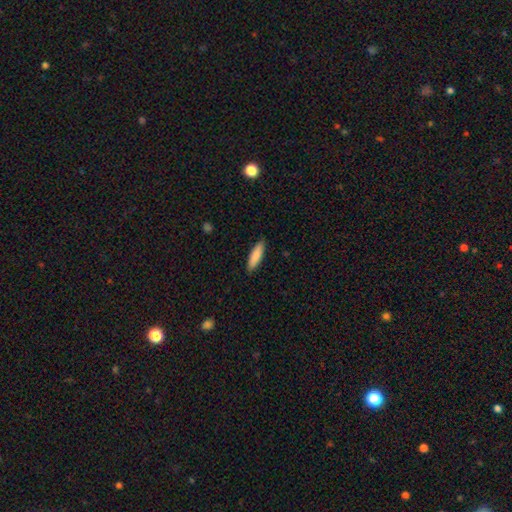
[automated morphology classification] A smooth galaxy with no disk features (87%) that is cigar-shaped (62%).

Vote fractions:
- Smooth or featured? smooth: 87% / featured or disk: 8% / star or artifact: 5%
- How rounded? cigar-shaped: 62% / in between: 36% / round: 1%
- Merging? none: 90% / minor disturbance: 8% / major disturbance: 2% / merger: 1%